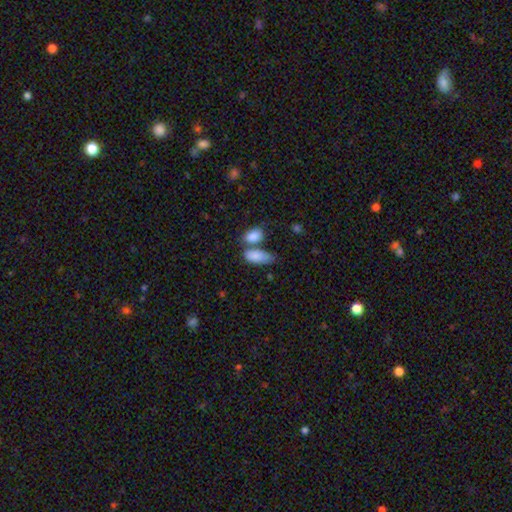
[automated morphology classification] Smooth or featured: smooth — 86% (featured or disk — 7%)
How rounded: in between — 87% (cigar-shaped — 9%)
Merging: merger — 40% (tied with none — 40%)